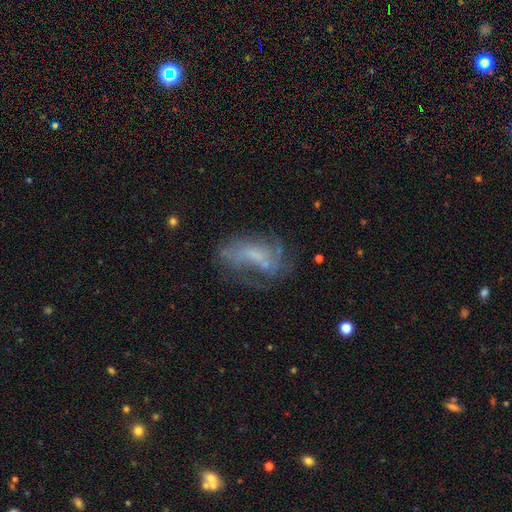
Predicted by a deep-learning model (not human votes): Overall: featured or disk (56%; smooth 30%). Edge-on disk: no (94%). Bar: no (62%; weak 28%). Spiral arms: yes (52%; no 48%). Bulge size: none (46%; small 29%). Merging: none (41%; major disturbance 31%).